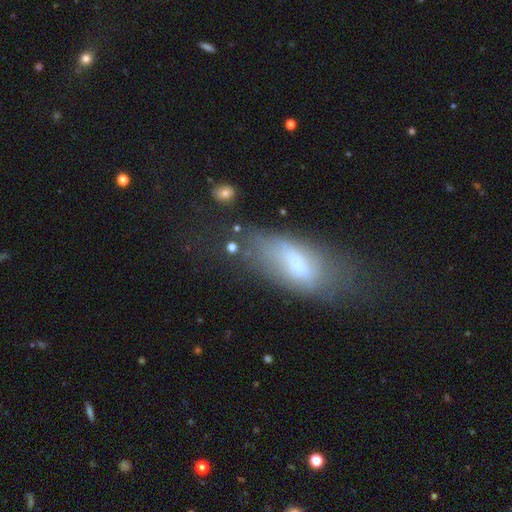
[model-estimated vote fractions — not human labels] A smooth galaxy with no disk features (52%) that is in between round and cigar-shaped (72%).

Vote fractions:
- Smooth or featured? smooth: 52% / featured or disk: 36% / star or artifact: 12%
- How rounded? in between: 72% / cigar-shaped: 24% / round: 4%
- Merging? none: 42% / minor disturbance: 27% / major disturbance: 25% / merger: 6%